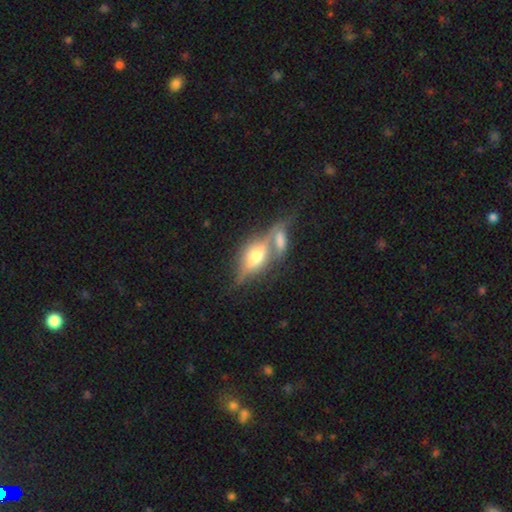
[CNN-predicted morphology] smooth_or_featured: featured or disk (p=0.67) [alt: smooth p=0.24]
disk_edge_on: yes (p=0.81) [alt: no p=0.19]
edge_on_bulge: rounded (p=0.87) [alt: boxy p=0.10]
merging: none (p=0.41) [alt: merger p=0.40]